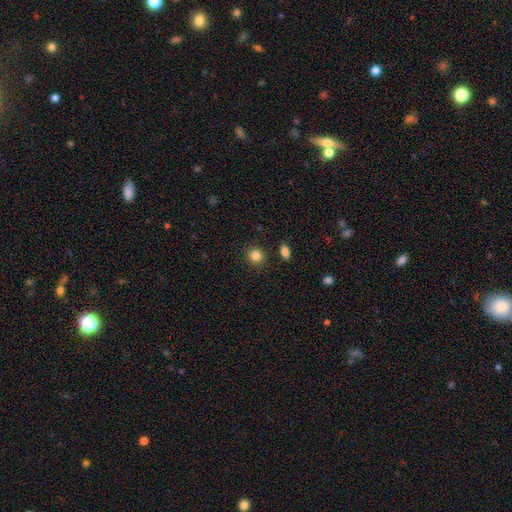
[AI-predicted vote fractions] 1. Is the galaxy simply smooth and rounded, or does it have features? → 85% smooth, 10% star or artifact, 4% featured or disk.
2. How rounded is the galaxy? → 86% round, 13% in between, 1% cigar-shaped.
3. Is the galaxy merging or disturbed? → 89% none, 6% minor disturbance, 2% merger, 2% major disturbance.